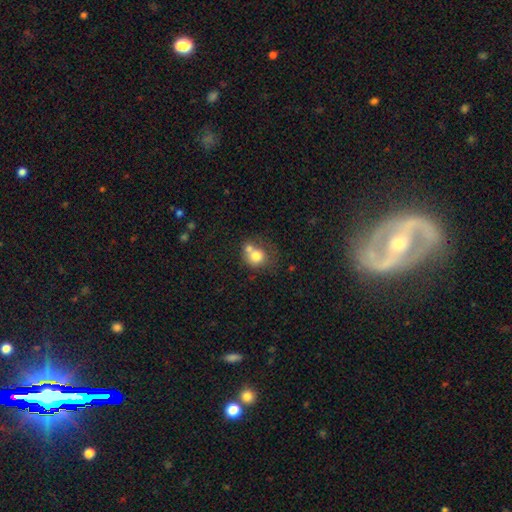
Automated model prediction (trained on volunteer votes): smooth-or-featured: smooth: 74% | featured or disk: 16% | star or artifact: 10%
  how-rounded: round: 76% | in between: 23% | cigar-shaped: 1%
  merging: merger: 49% | none: 34% | minor disturbance: 11% | major disturbance: 6%